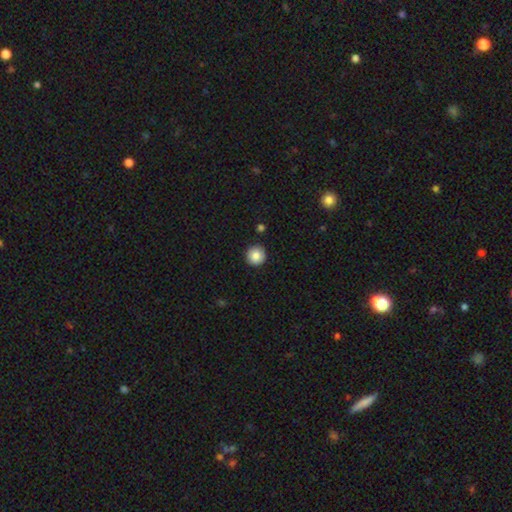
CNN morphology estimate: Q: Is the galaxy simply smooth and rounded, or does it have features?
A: smooth — 86%.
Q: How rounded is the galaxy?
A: round — 95%.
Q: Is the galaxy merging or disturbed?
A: none — 91%.